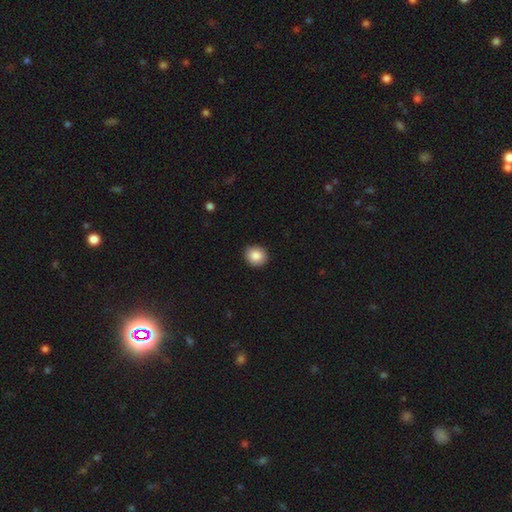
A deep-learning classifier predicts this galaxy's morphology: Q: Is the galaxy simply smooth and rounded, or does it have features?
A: smooth — 87%.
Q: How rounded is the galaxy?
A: round — 77%.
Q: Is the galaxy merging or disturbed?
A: none — 90%.